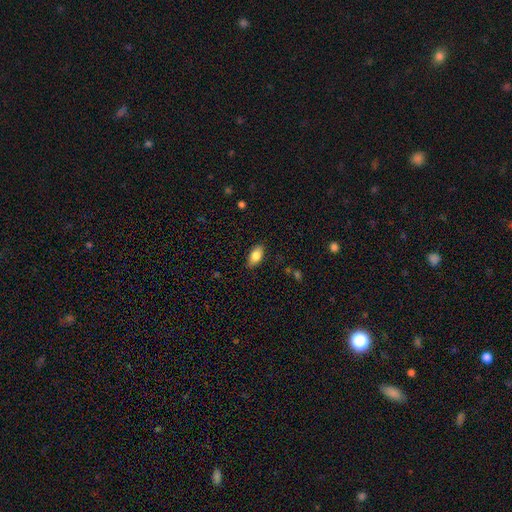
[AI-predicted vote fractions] smooth 81%, featured or disk 11%, star or artifact 7%. Down the decision tree: how rounded — in between (91%); merging — none (85%).